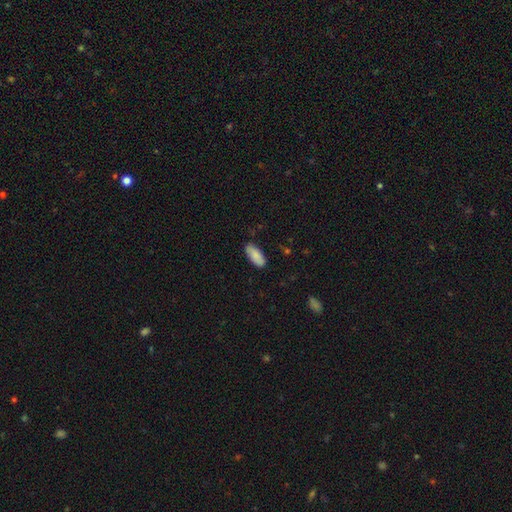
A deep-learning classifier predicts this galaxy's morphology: Smooth or featured? Predicted: smooth (p=0.85). How rounded? Predicted: in between (p=0.85). Merging? Predicted: none (p=0.84).